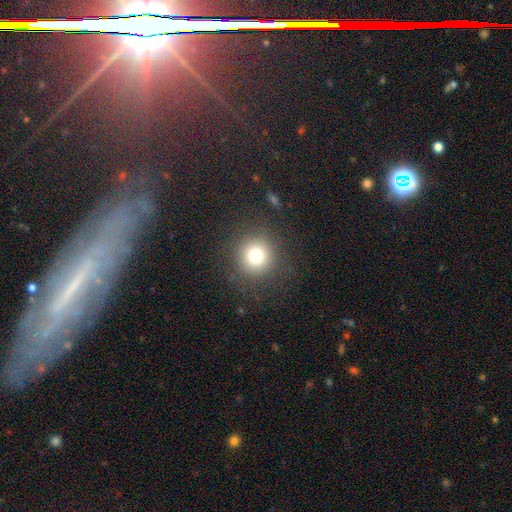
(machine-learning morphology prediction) smooth 76%, star or artifact 15%, featured or disk 10%. Down the decision tree: how rounded — round (94%); merging — none (87%).